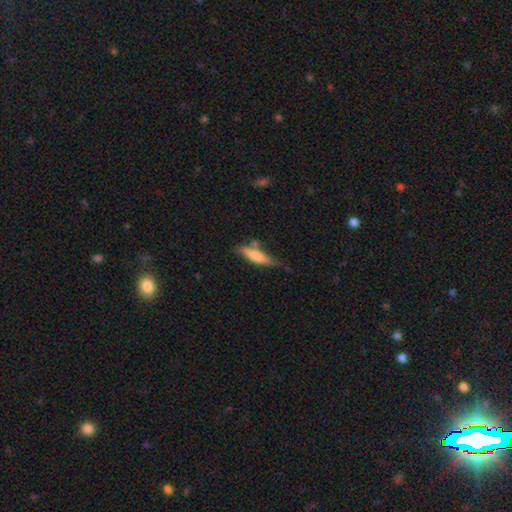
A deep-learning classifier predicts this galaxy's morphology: This is likely a smooth galaxy (67%). How rounded: likely cigar-shaped (76%). Merging: likely none (61%).